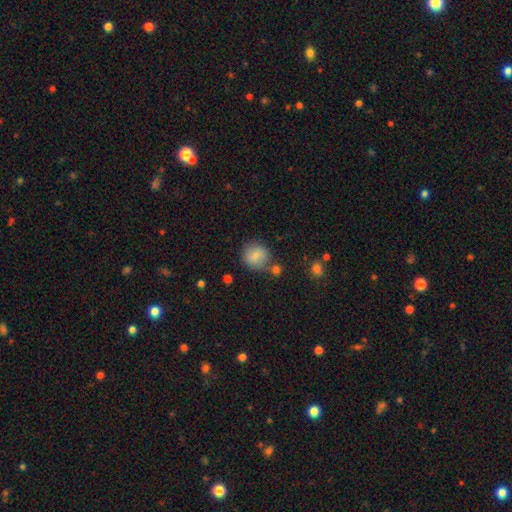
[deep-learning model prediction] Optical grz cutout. It shows a smooth galaxy with no disk features (83%) that is round (88%). Merging: none (74%).